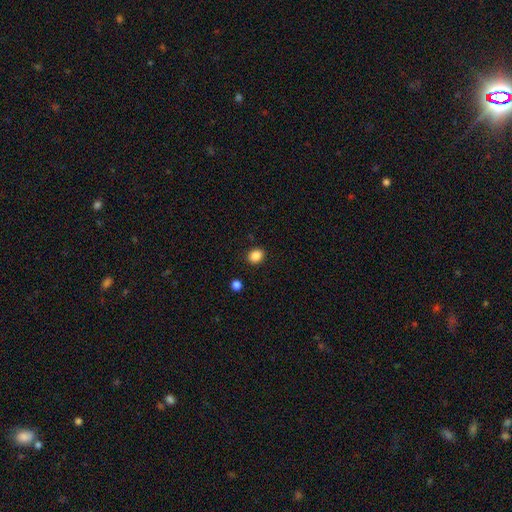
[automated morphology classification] smooth_or_featured: smooth (p=0.87) [alt: star or artifact p=0.10]
how_rounded: round (p=0.52) [alt: in between p=0.47]
merging: none (p=0.89) [alt: minor disturbance p=0.07]